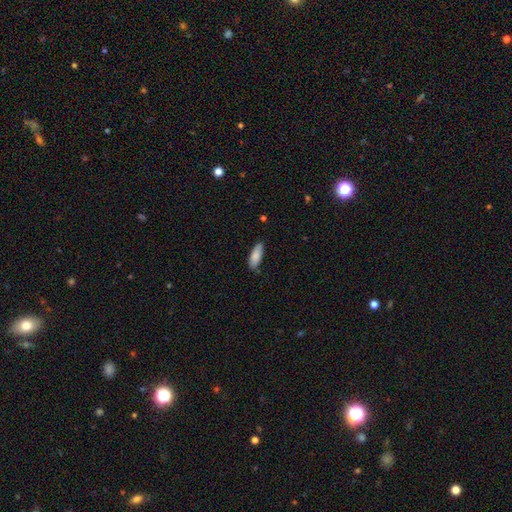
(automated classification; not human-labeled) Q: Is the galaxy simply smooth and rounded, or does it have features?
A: smooth — 86%.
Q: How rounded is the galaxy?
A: in between — 68%.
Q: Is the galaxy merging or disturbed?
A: none — 79%.